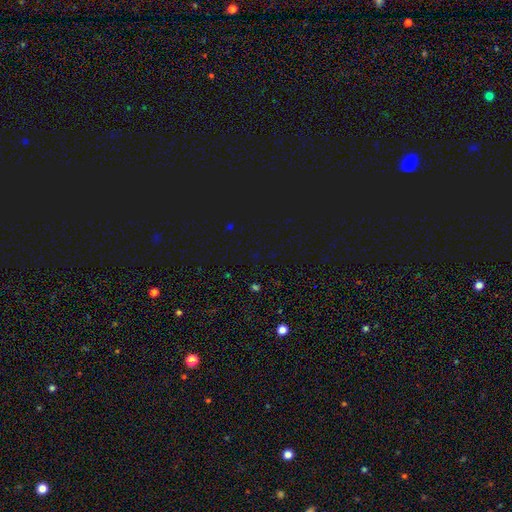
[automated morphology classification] This is likely a star or artifact rather than a galaxy (72%).